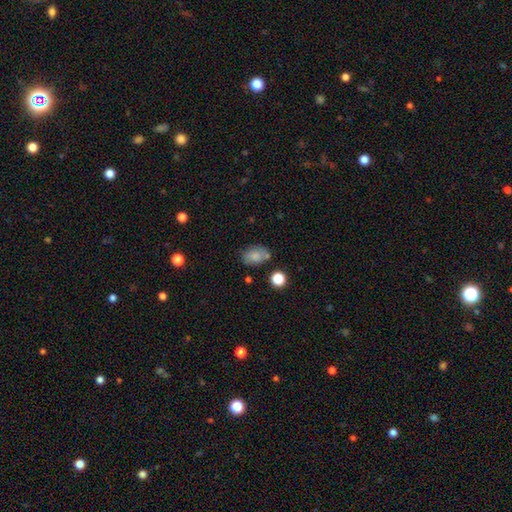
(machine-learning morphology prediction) This appears to be a smooth galaxy with no disk features (79%) that is in between round and cigar-shaped (84%). Merging: none (64%).